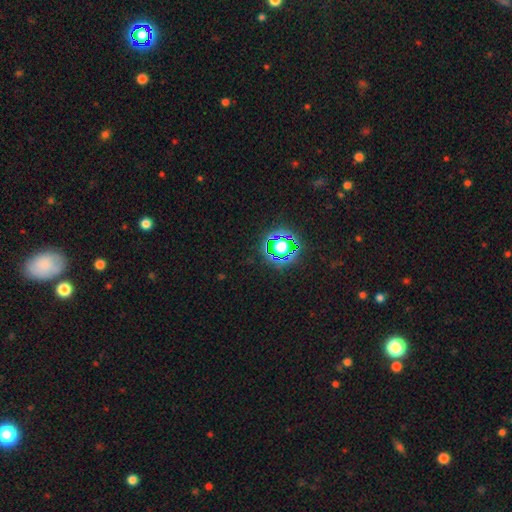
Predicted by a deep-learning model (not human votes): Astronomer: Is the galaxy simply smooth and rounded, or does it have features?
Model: star or artifact — 80%.